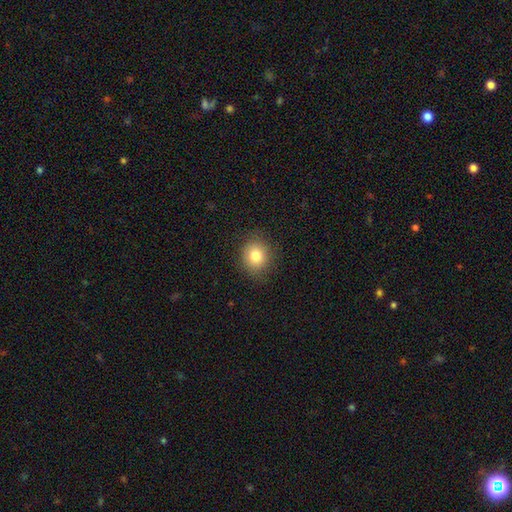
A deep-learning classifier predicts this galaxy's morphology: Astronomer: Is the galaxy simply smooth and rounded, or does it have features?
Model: smooth — 81%.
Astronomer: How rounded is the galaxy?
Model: round — 78%.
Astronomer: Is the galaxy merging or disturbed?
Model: none — 87%.